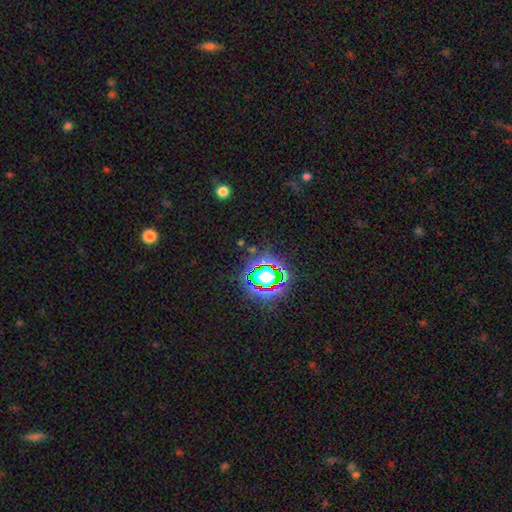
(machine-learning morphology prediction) smooth-or-featured: star or artifact: 78% | smooth: 14% | featured or disk: 8%